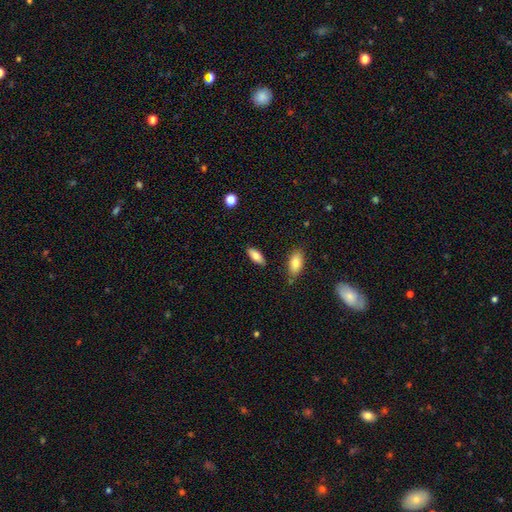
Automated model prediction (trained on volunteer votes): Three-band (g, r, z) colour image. It shows a smooth galaxy with no disk features (81%) that is in between round and cigar-shaped (79%). Merging: none (84%).